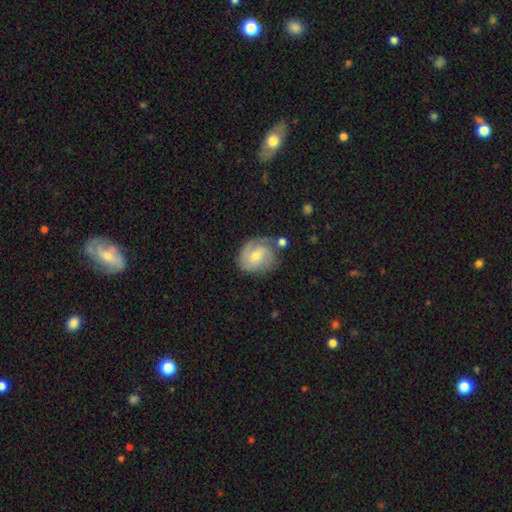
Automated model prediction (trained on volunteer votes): A featured or disk galaxy (65%) with a weak bar (50%), 2 (43%) tight (48%) spiral arms (89%) and a small central bulge (49%).

Vote fractions:
- Smooth or featured? featured or disk: 65% / smooth: 28% / star or artifact: 6%
- Edge-on disk? no: 97% / yes: 3%
- Bar? weak: 50% / no: 39% / strong: 11%
- Spiral arms? yes: 89% / no: 11%
- Spiral winding? tight: 48% / medium: 39% / loose: 14%
- Spiral arm count? 2: 43% / can't tell: 24% / 3: 18% / 1: 9% / 4: 3% / more than 4: 3%
- Bulge size? small: 49% / moderate: 47% / large: 2% / none: 2% / dominant: 1%
- Merging? none: 62% / minor disturbance: 22% / major disturbance: 9% / merger: 8%